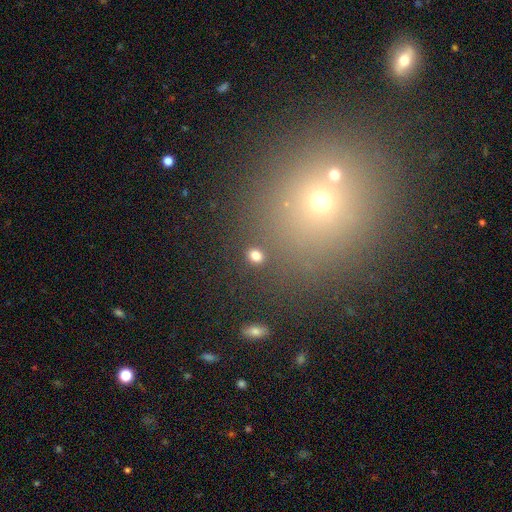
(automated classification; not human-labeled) This appears to be a smooth galaxy with no disk features (80%) that is round (61%). Merging: none (87%).